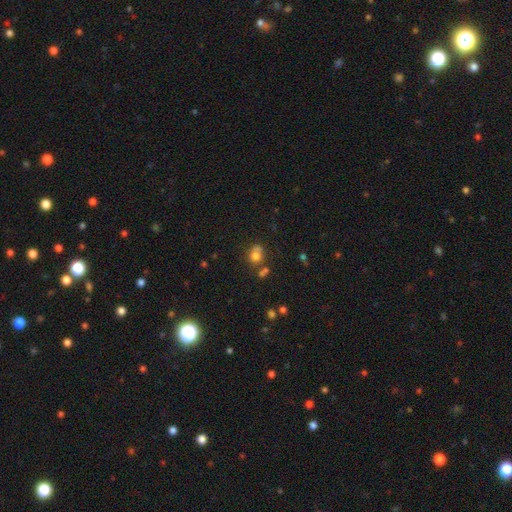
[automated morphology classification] This is likely a smooth galaxy (73%). How rounded: likely round (67%). Merging: possibly none (49%).